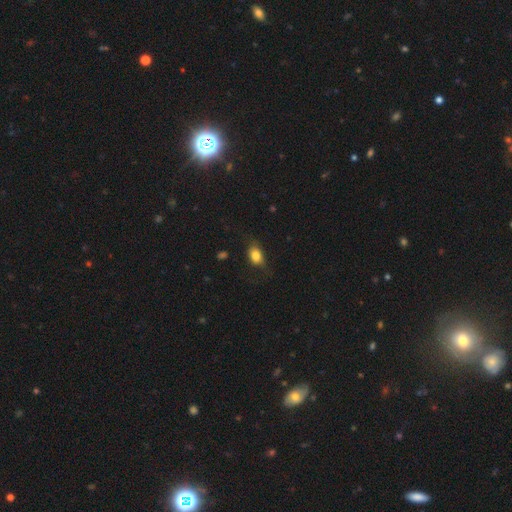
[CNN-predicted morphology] smooth_or_featured: smooth (p=0.82) [alt: featured or disk p=0.09]
how_rounded: in between (p=0.76) [alt: round p=0.22]
merging: none (p=0.68) [alt: minor disturbance p=0.23]